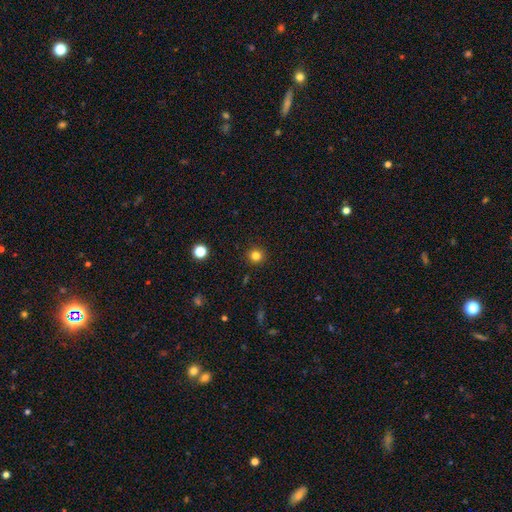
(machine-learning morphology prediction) This appears to be a smooth galaxy with no disk features (82%) that is round (93%). Merging: none (92%).